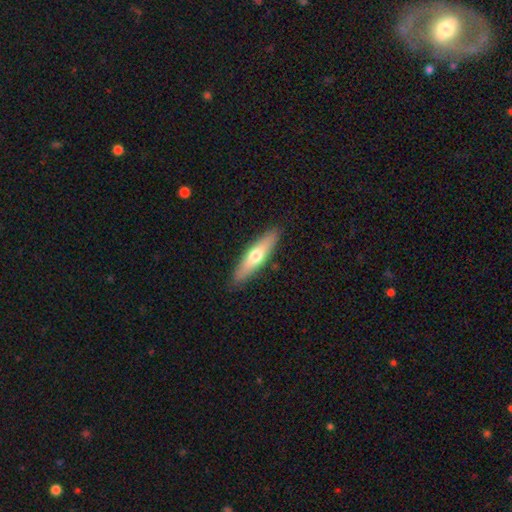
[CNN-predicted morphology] type=smooth (57%); roundness=cigar-shaped (74%); merging=none (88%).